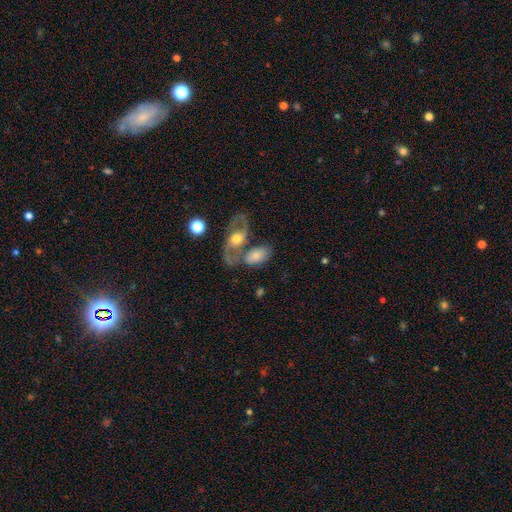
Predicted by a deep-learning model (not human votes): Q: Smooth or featured?
A: smooth (59%); runner-up: featured or disk (34%)
Q: How rounded?
A: in between (90%); runner-up: round (8%)
Q: Merging?
A: merger (41%); runner-up: none (37%)